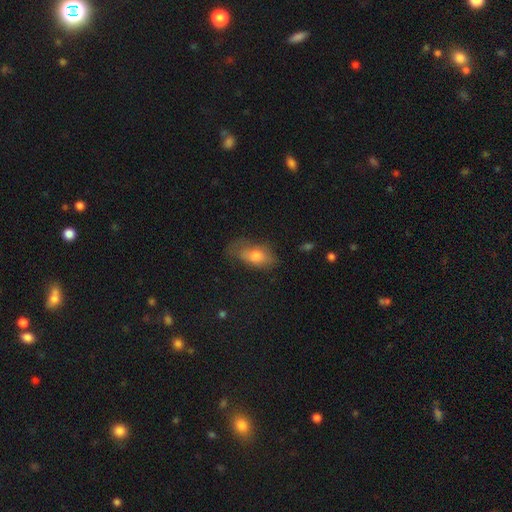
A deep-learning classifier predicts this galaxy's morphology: A smooth galaxy with no disk features (69%) that is in between round and cigar-shaped (87%).

Vote fractions:
- Smooth or featured? smooth: 69% / featured or disk: 22% / star or artifact: 9%
- How rounded? in between: 87% / round: 7% / cigar-shaped: 6%
- Merging? none: 43% / minor disturbance: 32% / major disturbance: 23% / merger: 2%